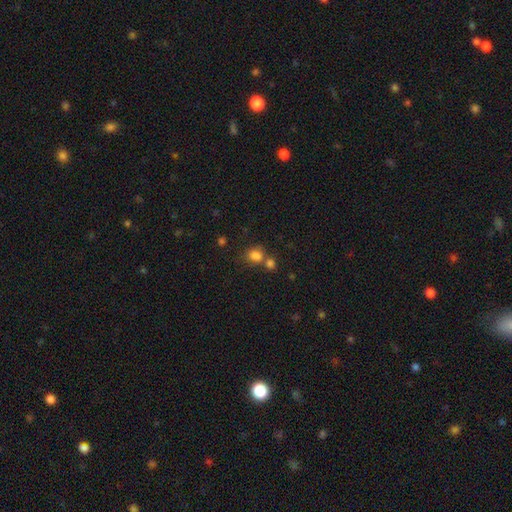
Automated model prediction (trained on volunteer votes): Smooth or featured?
  - smooth: 79% *
  - star or artifact: 14%
  - featured or disk: 7%
How rounded?
  - round: 57% *
  - in between: 42%
  - cigar-shaped: 1%
Merging?
  - none: 45% *
  - merger: 38%
  - minor disturbance: 12%
  - major disturbance: 6%